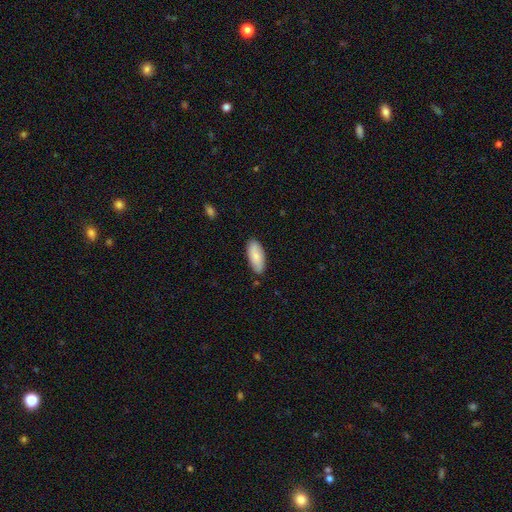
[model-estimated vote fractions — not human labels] Morphology: type=smooth (81%); roundness=in between (84%); merging=none (84%).